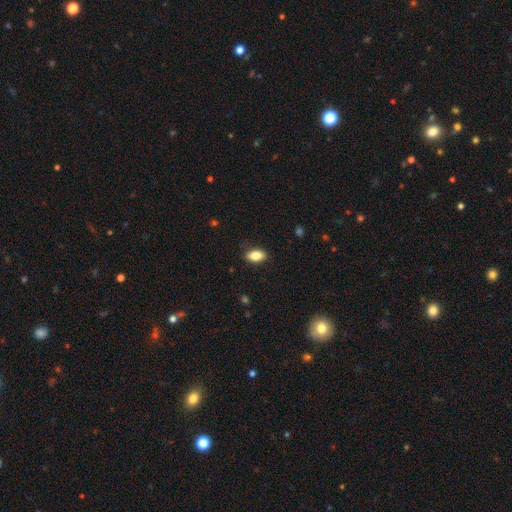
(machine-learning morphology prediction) This appears to be a smooth galaxy with no disk features (85%) that is in between round and cigar-shaped (90%). Merging: none (86%).